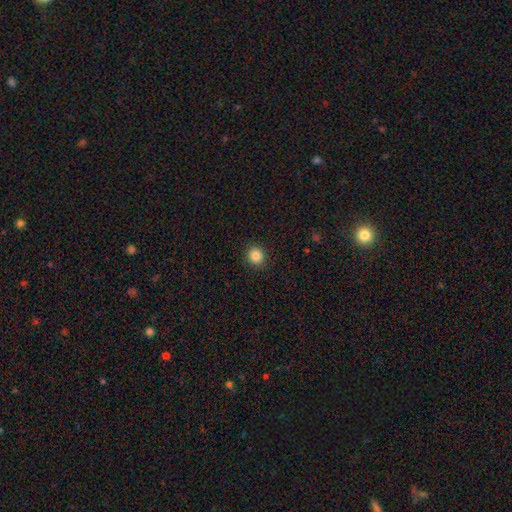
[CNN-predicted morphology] The model was most divided on "smooth or featured": smooth: 85%, star or artifact: 11%, featured or disk: 4%. More confident: merging — none (92%); how rounded — round (87%).